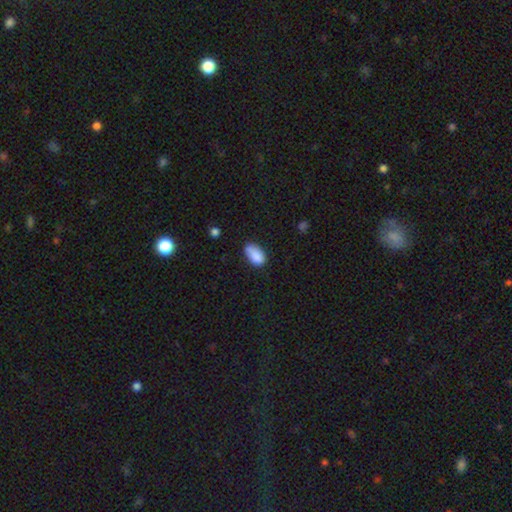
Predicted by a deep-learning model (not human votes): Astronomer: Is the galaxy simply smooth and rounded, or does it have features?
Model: smooth — 83%.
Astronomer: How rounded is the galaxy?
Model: in between — 91%.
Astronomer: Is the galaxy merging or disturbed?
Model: none — 48% (runner-up: minor disturbance, 33%).